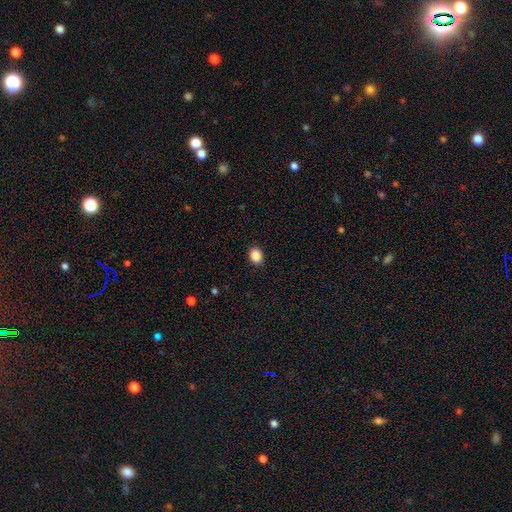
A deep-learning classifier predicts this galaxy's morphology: smooth-or-featured: smooth: 88% | star or artifact: 9% | featured or disk: 3%
  how-rounded: round: 53% | in between: 46% | cigar-shaped: 1%
  merging: none: 91% | minor disturbance: 7% | major disturbance: 2% | merger: 1%